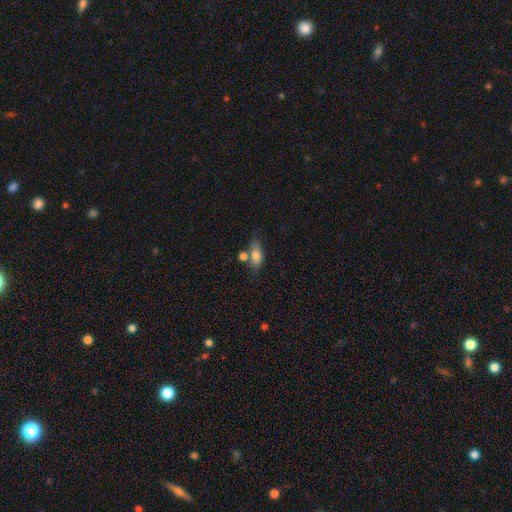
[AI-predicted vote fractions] smooth_or_featured: smooth (p=0.75) [alt: featured or disk p=0.17]
how_rounded: in between (p=0.76) [alt: cigar-shaped p=0.18]
merging: none (p=0.60) [alt: merger p=0.20]